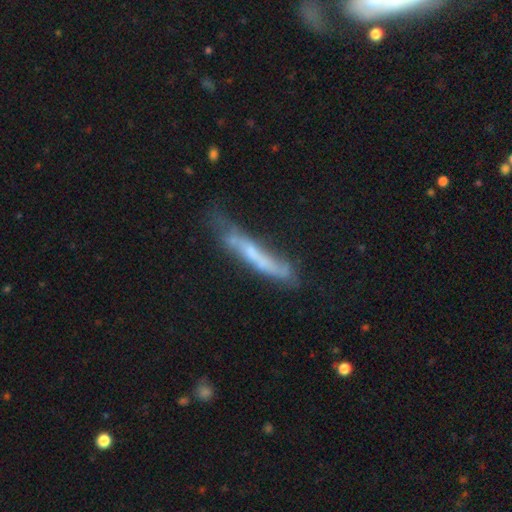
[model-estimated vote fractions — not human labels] Smooth or featured? Predicted: featured or disk (p=0.53). Edge-on disk? Predicted: yes (p=0.70). Merging? Predicted: none (p=0.49).